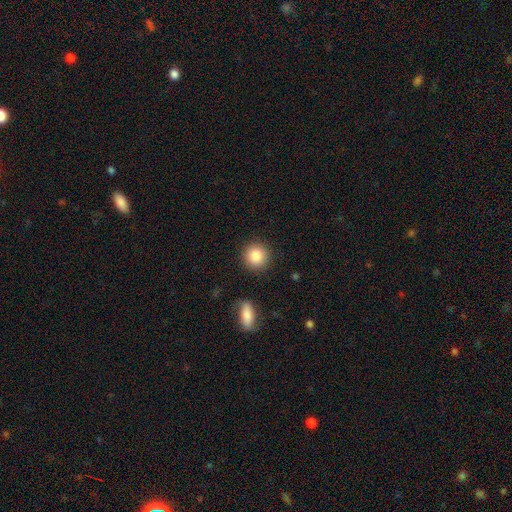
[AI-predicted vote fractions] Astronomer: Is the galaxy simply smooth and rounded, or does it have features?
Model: smooth — 87%.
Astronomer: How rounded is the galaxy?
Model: round — 92%.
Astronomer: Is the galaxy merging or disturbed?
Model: none — 89%.